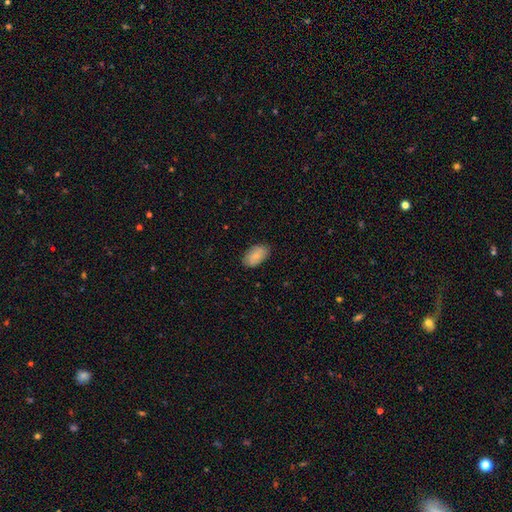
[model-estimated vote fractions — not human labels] smooth-or-featured: smooth: 75% | featured or disk: 19% | star or artifact: 7%
  how-rounded: in between: 93% | round: 6% | cigar-shaped: 2%
  merging: none: 83% | minor disturbance: 13% | major disturbance: 3% | merger: 1%